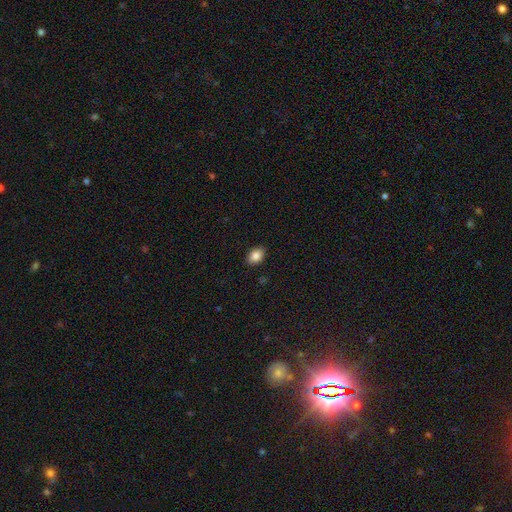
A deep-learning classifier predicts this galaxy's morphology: Q: Smooth or featured?
A: smooth (86%); runner-up: star or artifact (8%)
Q: How rounded?
A: in between (80%); runner-up: round (19%)
Q: Merging?
A: none (89%); runner-up: minor disturbance (8%)